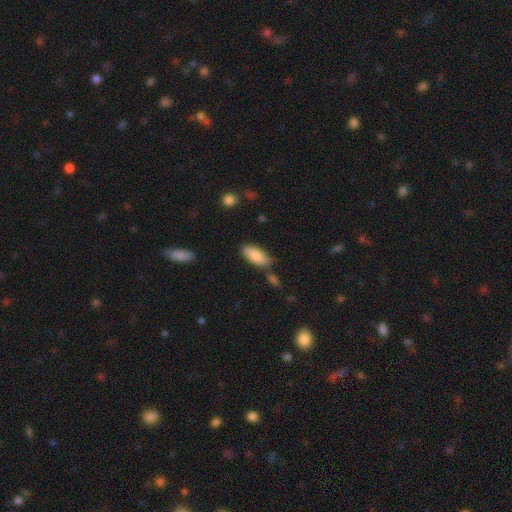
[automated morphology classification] Smooth or featured? Predicted: smooth (p=0.85). How rounded? Predicted: in between (p=0.85). Merging? Predicted: none (p=0.73).